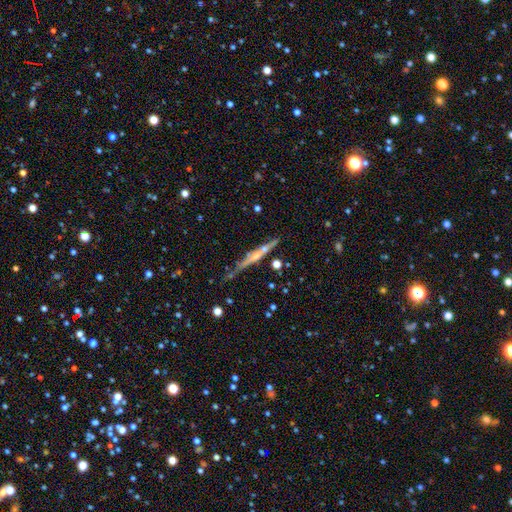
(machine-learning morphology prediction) Overall: featured or disk (69%). Edge-on disk: yes (95%). Edge-on bulge: rounded (57%; none 33%). Merging: none (70%).